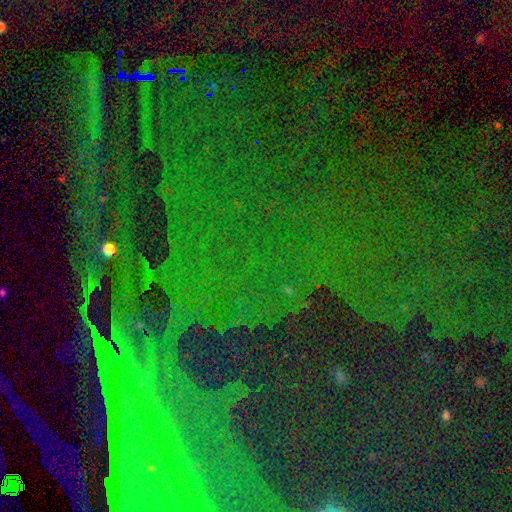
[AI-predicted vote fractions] Smooth or featured? star or artifact (83%)